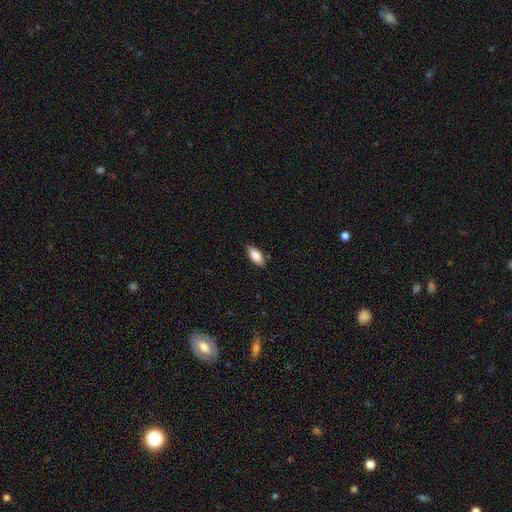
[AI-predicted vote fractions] This appears to be a smooth galaxy with no disk features (85%) that is in between round and cigar-shaped (86%). Merging: none (85%).